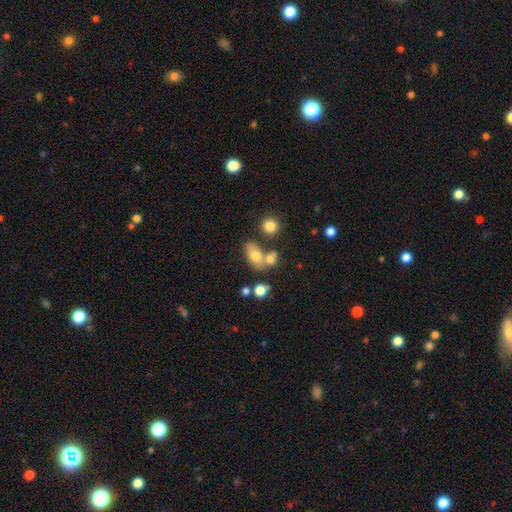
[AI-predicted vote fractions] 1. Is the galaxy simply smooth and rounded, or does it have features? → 72% smooth, 17% featured or disk, 11% star or artifact.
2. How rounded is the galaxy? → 75% in between, 22% round, 3% cigar-shaped.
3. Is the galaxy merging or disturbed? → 43% none, 36% merger, 14% minor disturbance, 7% major disturbance.